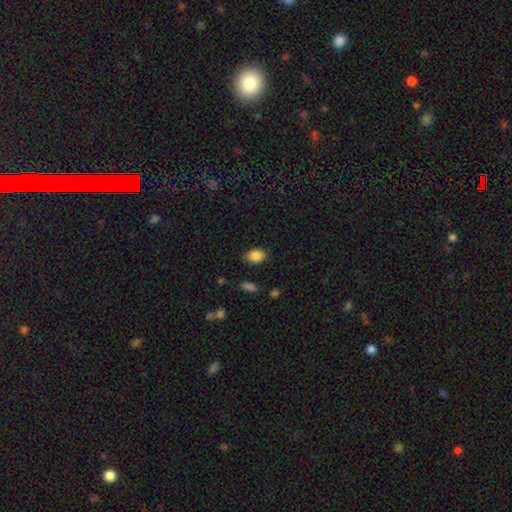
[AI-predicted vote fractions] Smooth or featured?
  - smooth: 87% *
  - star or artifact: 9%
  - featured or disk: 4%
How rounded?
  - in between: 82% *
  - round: 17%
  - cigar-shaped: 1%
Merging?
  - none: 84% *
  - minor disturbance: 12%
  - major disturbance: 3%
  - merger: 1%